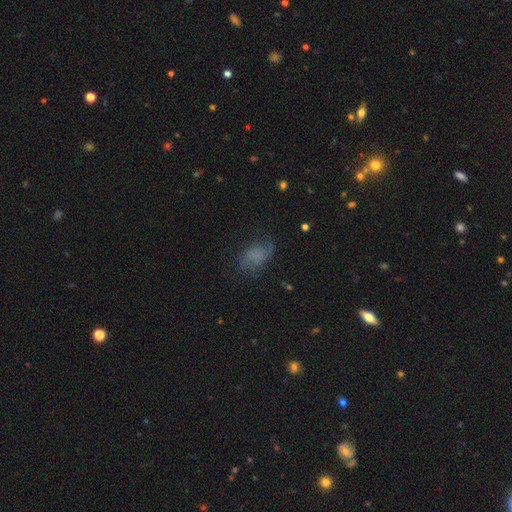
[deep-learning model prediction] A smooth galaxy with no disk features (56%) that is in between round and cigar-shaped (81%). Merging: none (50%).